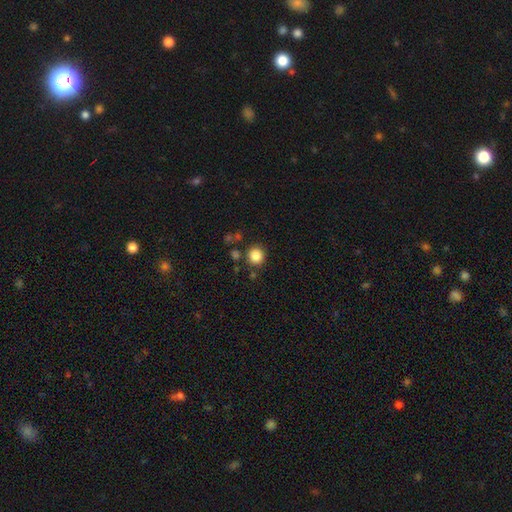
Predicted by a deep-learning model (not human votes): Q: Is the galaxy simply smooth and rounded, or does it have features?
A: smooth — 85%.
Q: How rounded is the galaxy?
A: round — 91%.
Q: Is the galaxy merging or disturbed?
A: none — 85%.